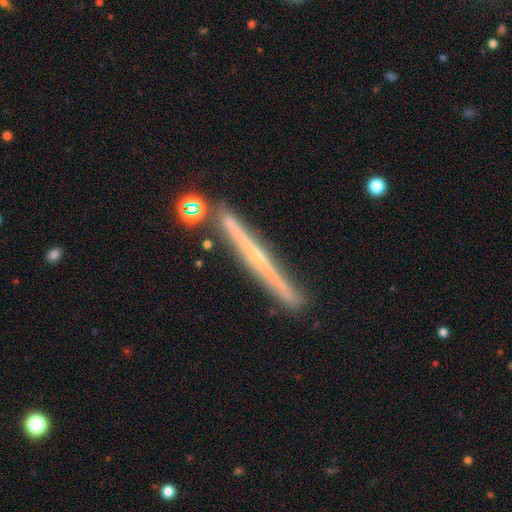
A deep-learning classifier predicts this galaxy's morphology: Smooth or featured: featured or disk — 73% (smooth — 20%)
Edge-on disk: yes — 97% (no — 3%)
Edge-on bulge: none — 52% (rounded — 43%)
Merging: none — 84% (minor disturbance — 9%)